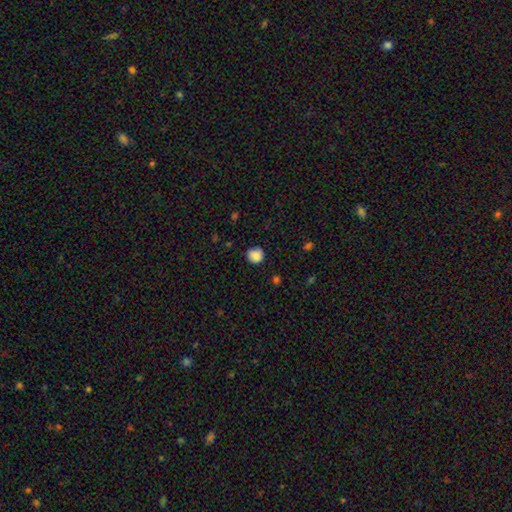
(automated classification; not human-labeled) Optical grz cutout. It shows a smooth galaxy with no disk features (86%) that is round (89%). Merging: none (80%).